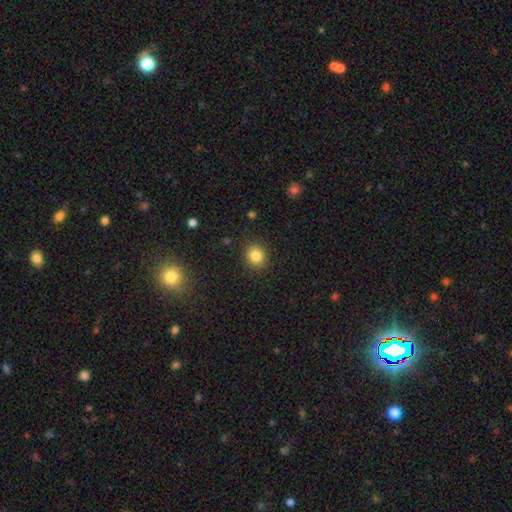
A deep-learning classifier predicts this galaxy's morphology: Smooth or featured: smooth — 83% (star or artifact — 11%)
How rounded: round — 79% (in between — 20%)
Merging: none — 90% (minor disturbance — 7%)